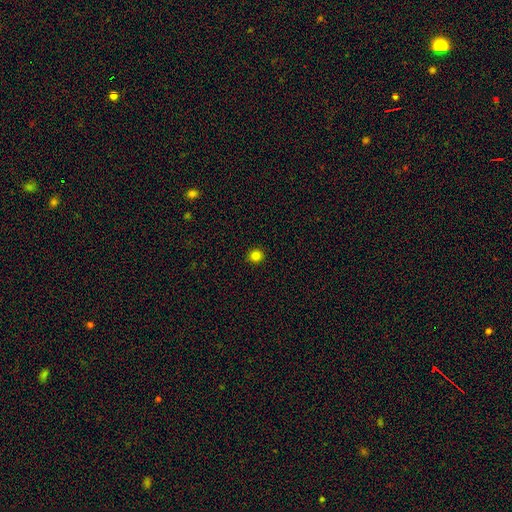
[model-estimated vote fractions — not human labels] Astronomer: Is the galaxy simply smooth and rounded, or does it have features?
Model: smooth — 83%.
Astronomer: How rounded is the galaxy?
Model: round — 92%.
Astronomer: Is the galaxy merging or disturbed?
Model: none — 93%.